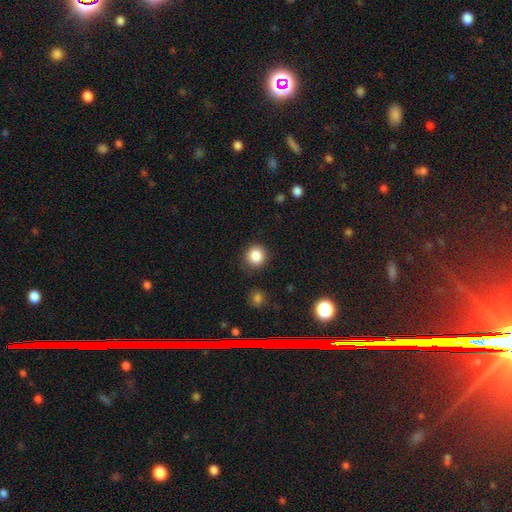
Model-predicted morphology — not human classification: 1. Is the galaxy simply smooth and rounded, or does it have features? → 86% smooth, 10% star or artifact, 4% featured or disk.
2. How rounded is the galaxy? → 92% round, 8% in between, 1% cigar-shaped.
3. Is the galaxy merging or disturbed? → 87% none, 8% minor disturbance, 3% major disturbance, 2% merger.